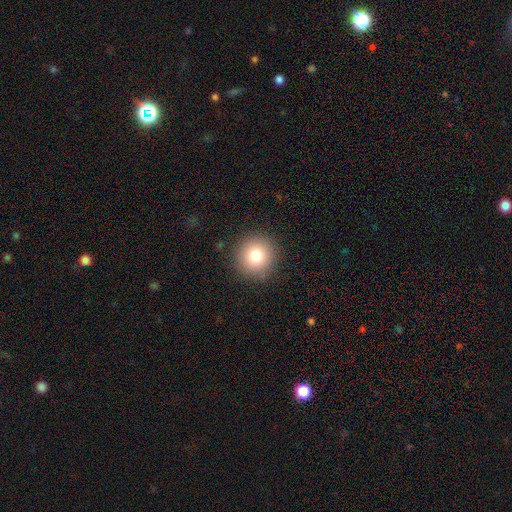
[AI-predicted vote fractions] Smooth or featured: smooth — 81% (star or artifact — 11%)
How rounded: round — 94% (in between — 5%)
Merging: none — 89% (minor disturbance — 7%)